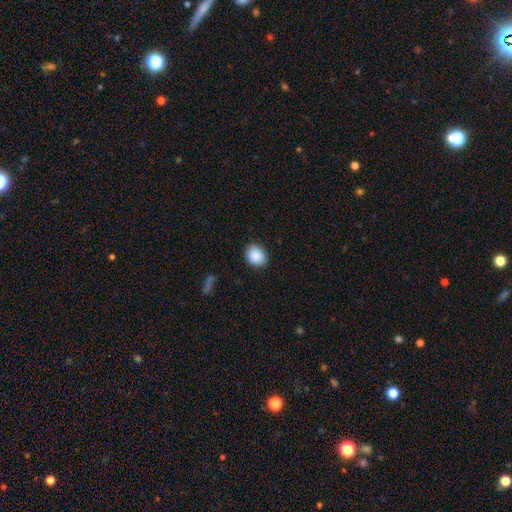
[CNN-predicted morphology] smooth-or-featured: smooth: 89% | star or artifact: 7% | featured or disk: 3%
  how-rounded: in between: 55% | round: 44% | cigar-shaped: 1%
  merging: none: 86% | minor disturbance: 11% | major disturbance: 2% | merger: 1%